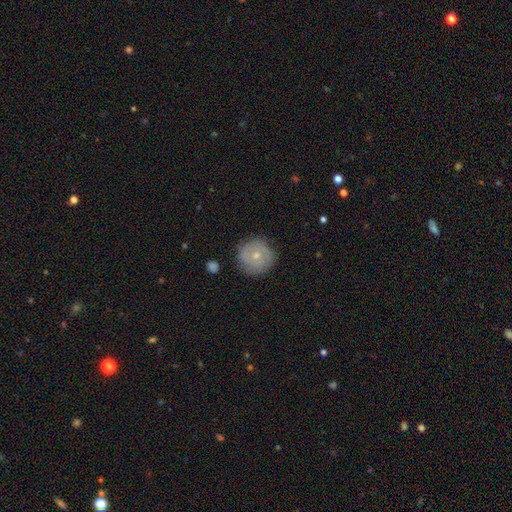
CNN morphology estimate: This appears to be a featured or disk galaxy (48%). Merging: none (84%).